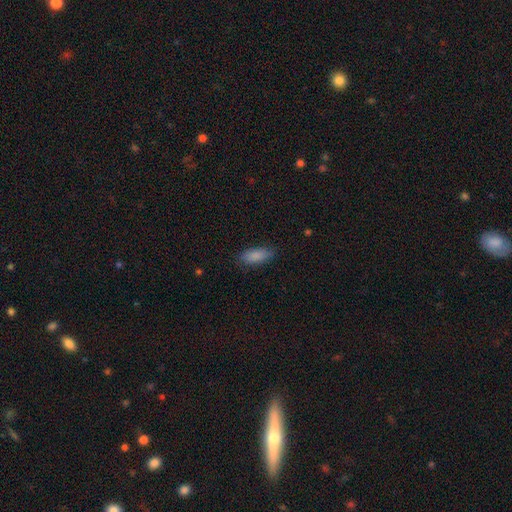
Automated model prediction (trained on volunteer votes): Smooth or featured? Predicted: smooth (p=0.87). How rounded? Predicted: in between (p=0.78). Merging? Predicted: none (p=0.81).